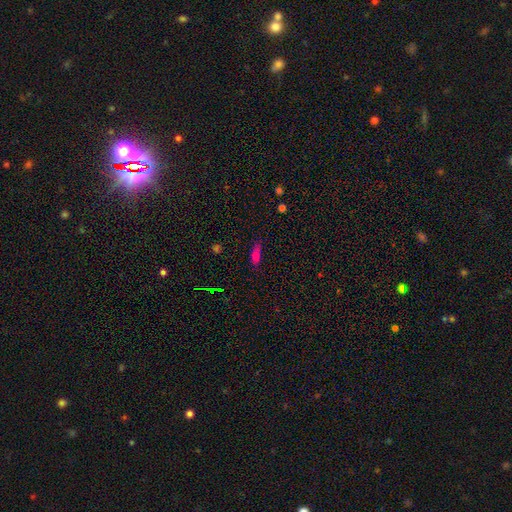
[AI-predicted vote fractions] This appears to be a smooth galaxy with no disk features (72%) that is in between round and cigar-shaped (54%). Merging: none (68%).